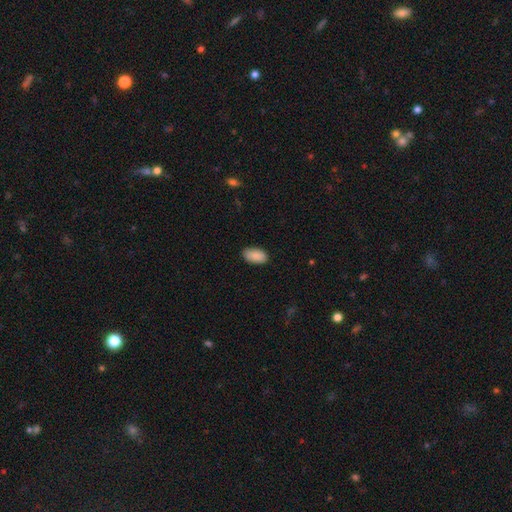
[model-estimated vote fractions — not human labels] Smooth or featured? Predicted: smooth (p=0.90). How rounded? Predicted: in between (p=0.95). Merging? Predicted: none (p=0.86).